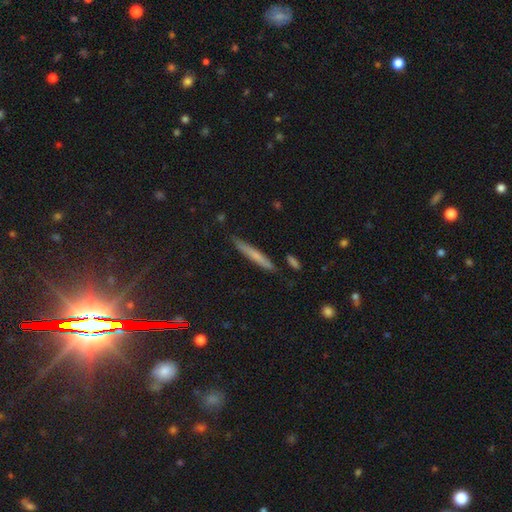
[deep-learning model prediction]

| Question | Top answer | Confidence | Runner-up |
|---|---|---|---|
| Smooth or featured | smooth | 60% | featured or disk (32%) |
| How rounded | cigar-shaped | 95% | in between (4%) |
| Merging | none | 83% | minor disturbance (12%) |